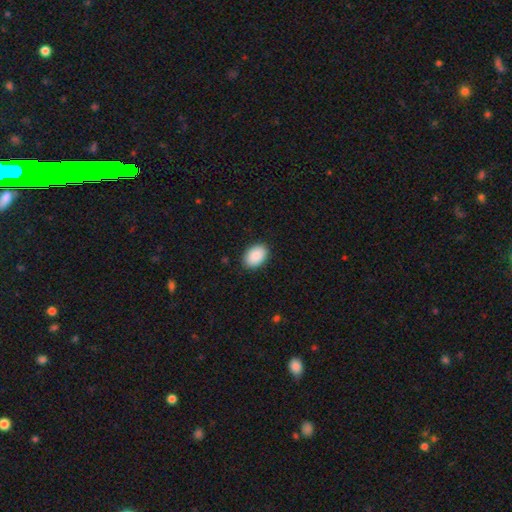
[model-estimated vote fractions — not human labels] Smooth or featured? Predicted: smooth (p=0.91). How rounded? Predicted: in between (p=0.89). Merging? Predicted: none (p=0.89).